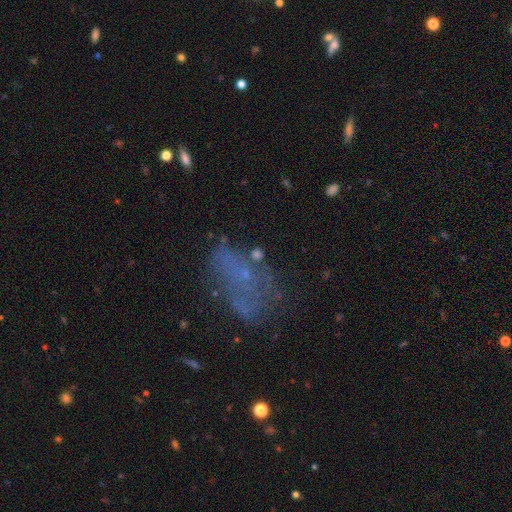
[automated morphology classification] This is marginally a featured or disk galaxy (41%). Merging: marginally none (39%).